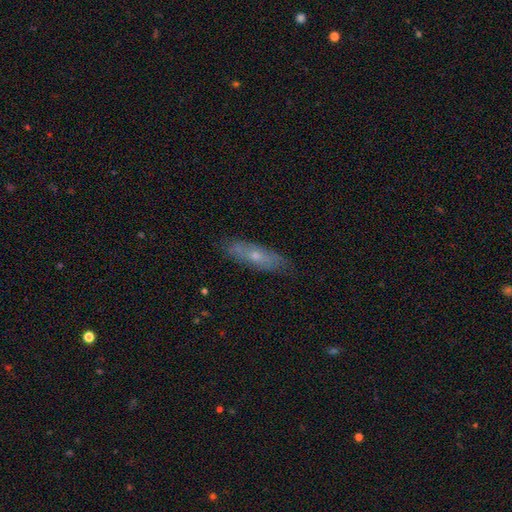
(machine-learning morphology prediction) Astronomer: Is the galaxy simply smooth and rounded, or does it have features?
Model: featured or disk — 48% (runner-up: smooth, 44%).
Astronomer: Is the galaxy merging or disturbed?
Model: none — 81%.